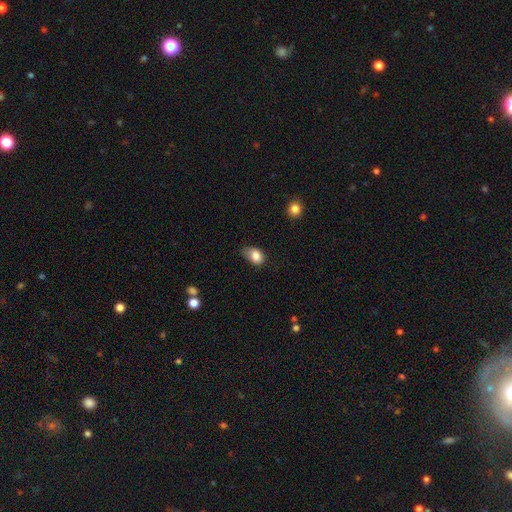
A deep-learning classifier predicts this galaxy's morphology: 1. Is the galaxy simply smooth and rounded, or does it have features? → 84% smooth, 9% star or artifact, 7% featured or disk.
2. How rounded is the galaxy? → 70% in between, 29% round, 1% cigar-shaped.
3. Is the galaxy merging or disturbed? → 43% none, 42% minor disturbance, 13% major disturbance, 3% merger.